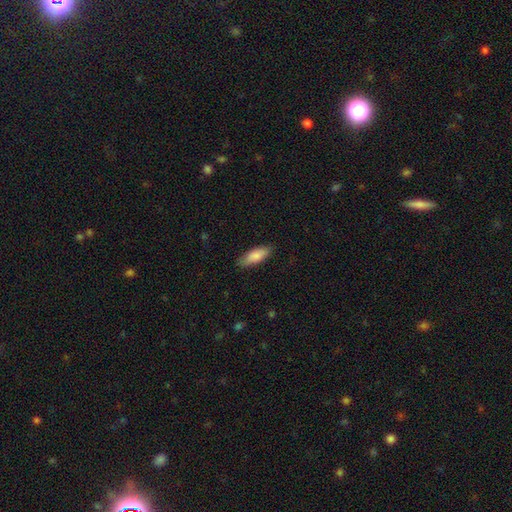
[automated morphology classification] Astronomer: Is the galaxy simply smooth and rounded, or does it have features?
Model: smooth — 84%.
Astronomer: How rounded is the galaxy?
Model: in between — 65%.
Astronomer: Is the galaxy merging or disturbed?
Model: none — 85%.